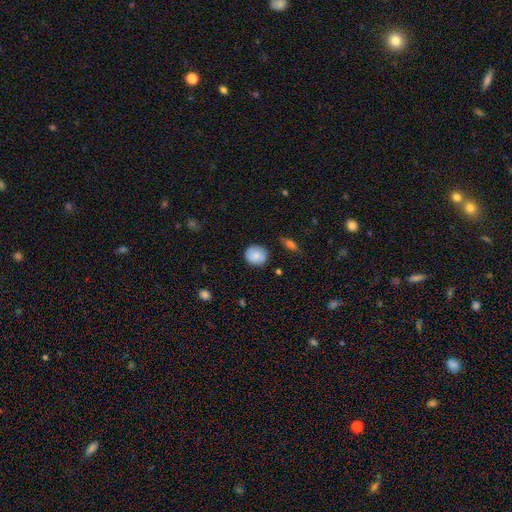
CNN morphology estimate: smooth 83%, featured or disk 10%, star or artifact 7%. Down the decision tree: how rounded — round (85%); merging — none (82%).